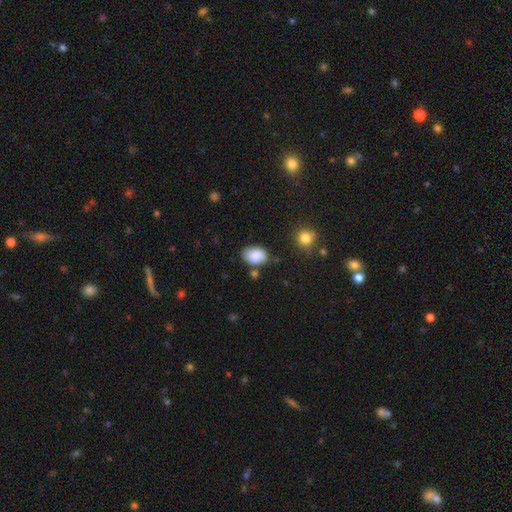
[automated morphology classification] The model was most divided on "merging": none: 71%, minor disturbance: 18%, merger: 6%, major disturbance: 4%. More confident: smooth or featured — smooth (86%); how rounded — in between (82%).